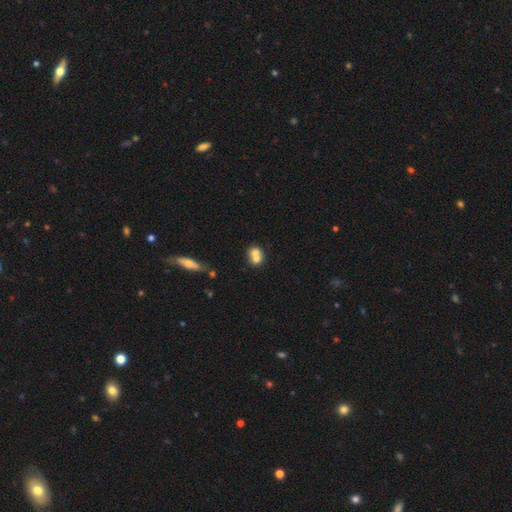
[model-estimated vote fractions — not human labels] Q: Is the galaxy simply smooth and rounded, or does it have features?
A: smooth — 69%.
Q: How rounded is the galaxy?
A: round — 62%.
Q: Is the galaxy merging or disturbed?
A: merger — 61%.